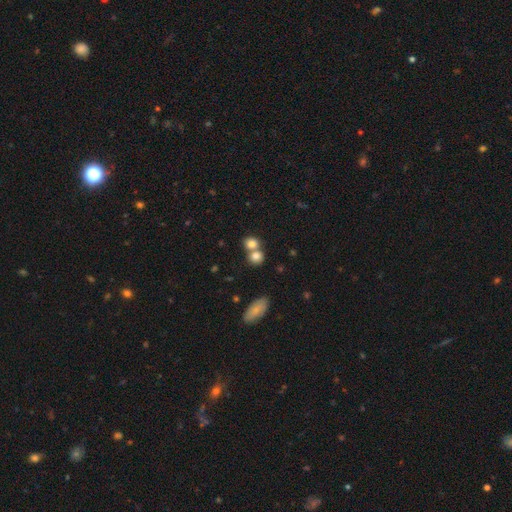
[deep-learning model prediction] Q: Smooth or featured?
A: smooth (81%); runner-up: featured or disk (10%)
Q: How rounded?
A: round (71%); runner-up: in between (28%)
Q: Merging?
A: merger (50%); runner-up: none (40%)